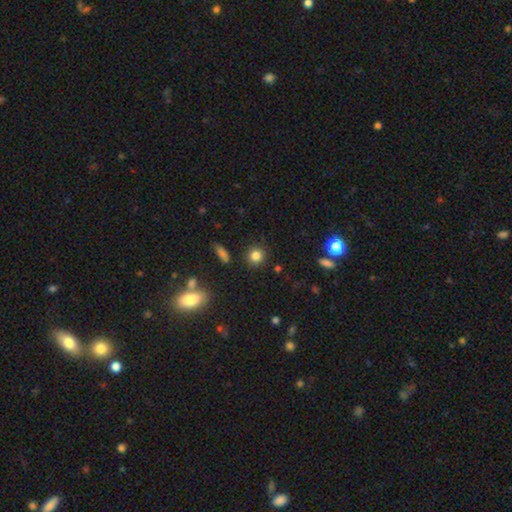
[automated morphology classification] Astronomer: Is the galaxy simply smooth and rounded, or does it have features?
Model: smooth — 83%.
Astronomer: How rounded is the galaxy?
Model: round — 88%.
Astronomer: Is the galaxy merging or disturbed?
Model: none — 86%.